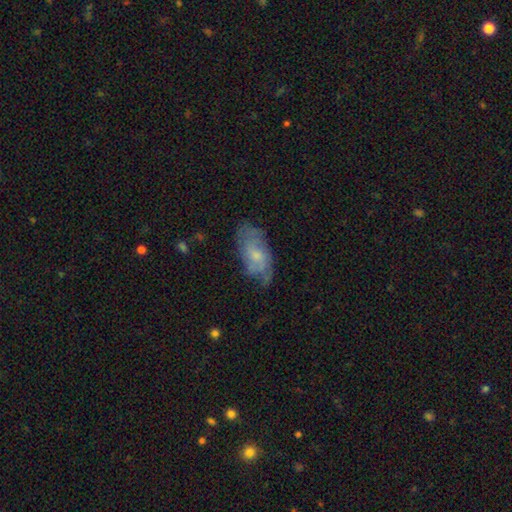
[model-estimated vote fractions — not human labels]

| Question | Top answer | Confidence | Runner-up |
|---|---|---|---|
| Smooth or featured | featured or disk | 52% | smooth (41%) |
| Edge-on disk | no | 92% | yes (8%) |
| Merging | none | 61% | minor disturbance (27%) |